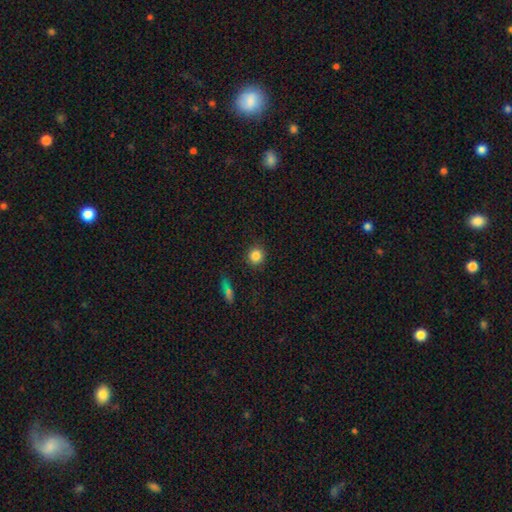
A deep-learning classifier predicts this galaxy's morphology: A smooth galaxy with no disk features (84%) that is round (92%). Merging: none (90%).